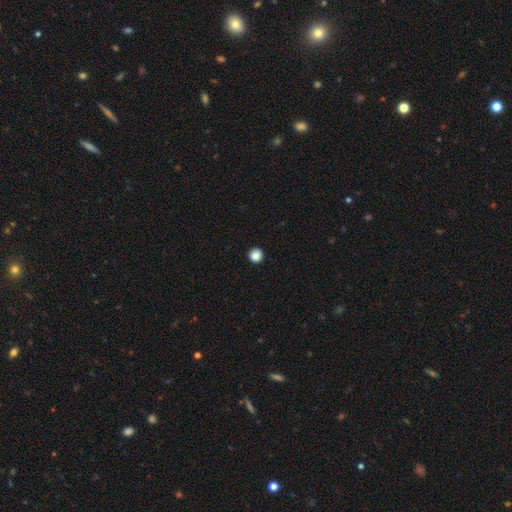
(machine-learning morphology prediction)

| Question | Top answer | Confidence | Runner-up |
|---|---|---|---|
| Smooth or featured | smooth | 87% | star or artifact (10%) |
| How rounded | round | 96% | in between (4%) |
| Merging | none | 93% | minor disturbance (4%) |